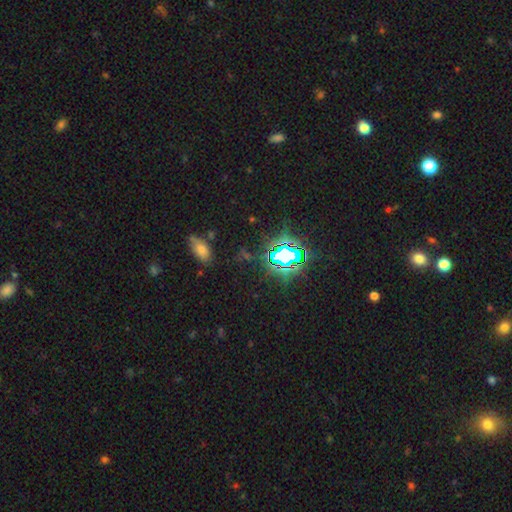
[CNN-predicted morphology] Q: Smooth or featured?
A: star or artifact (66%); runner-up: smooth (23%)